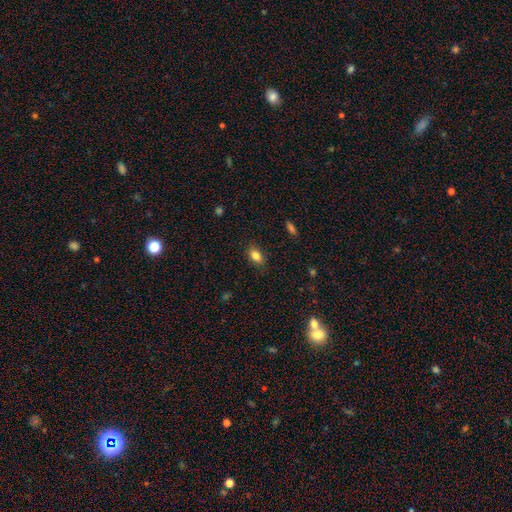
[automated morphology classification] Overall: smooth (83%). How rounded: in between (83%). Merging: none (84%).